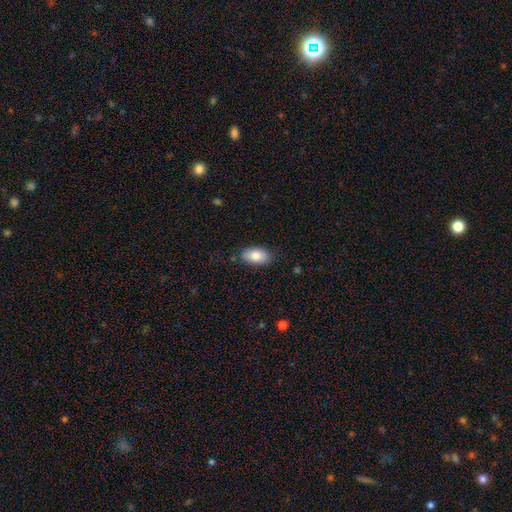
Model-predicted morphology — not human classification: The model was most divided on "merging": none: 83%, minor disturbance: 13%, major disturbance: 3%, merger: 1%. More confident: how rounded — in between (93%); smooth or featured — smooth (84%).